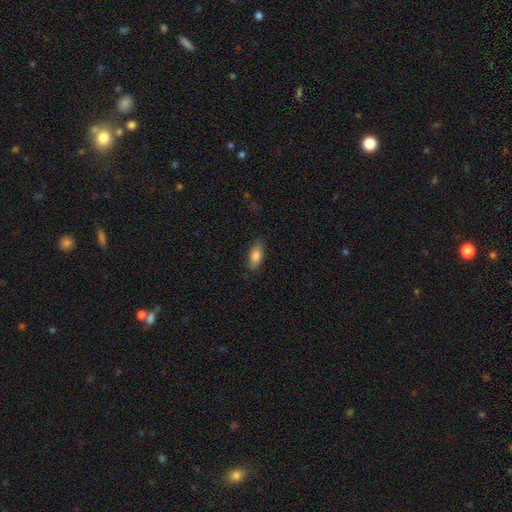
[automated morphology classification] This appears to be a smooth galaxy with no disk features (83%) that is in between round and cigar-shaped (82%). Merging: none (81%).